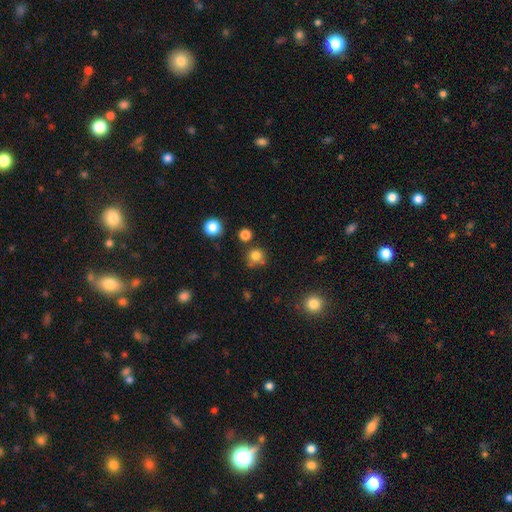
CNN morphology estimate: Smooth or featured?
  - smooth: 79% *
  - star or artifact: 15%
  - featured or disk: 6%
How rounded?
  - round: 88% *
  - in between: 11%
  - cigar-shaped: 1%
Merging?
  - none: 70% *
  - minor disturbance: 15%
  - merger: 10%
  - major disturbance: 5%